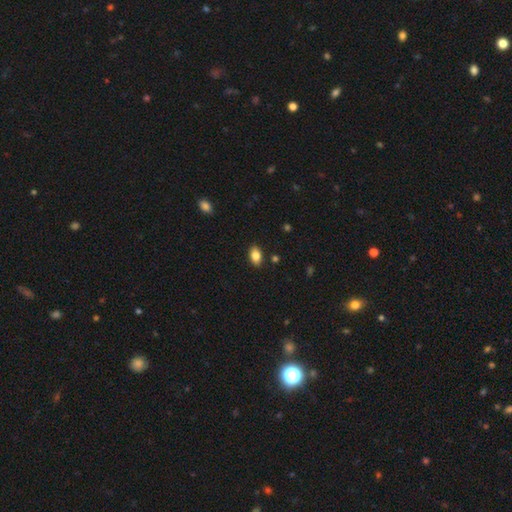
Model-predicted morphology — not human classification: Smooth or featured? Predicted: smooth (p=0.83). How rounded? Predicted: in between (p=0.89). Merging? Predicted: none (p=0.87).